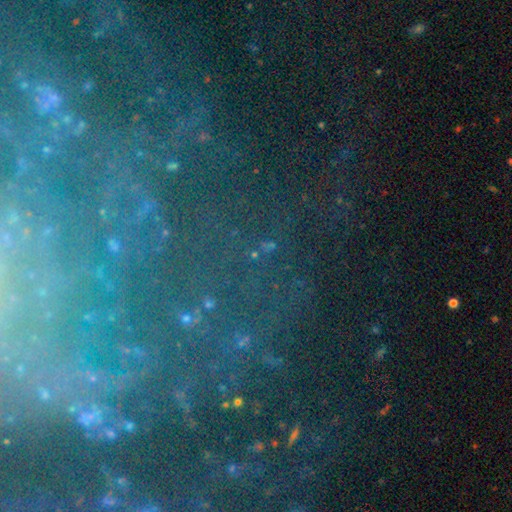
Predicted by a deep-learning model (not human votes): Smooth or featured: star or artifact — 70% (featured or disk — 16%)